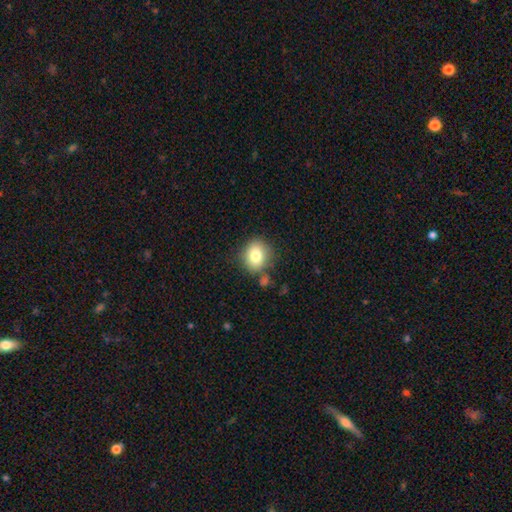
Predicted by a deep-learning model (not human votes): This is likely a smooth galaxy (80%). How rounded: likely round (71%). Merging: likely none (78%).